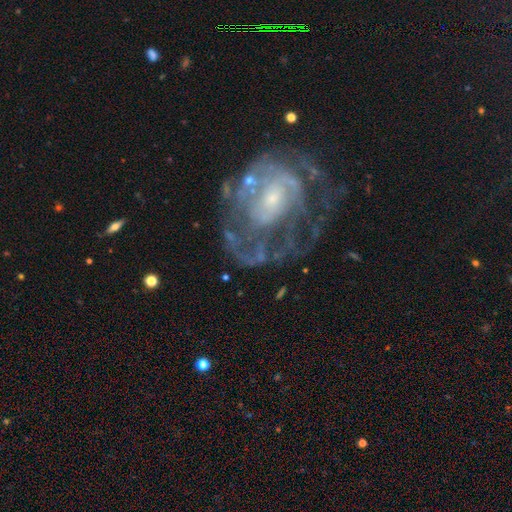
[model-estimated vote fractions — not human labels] This appears to be a featured or disk galaxy (80%) with no bar (67%), tight (49%) spiral arms (73%) and a small central bulge (57%). Merging: none (45%).